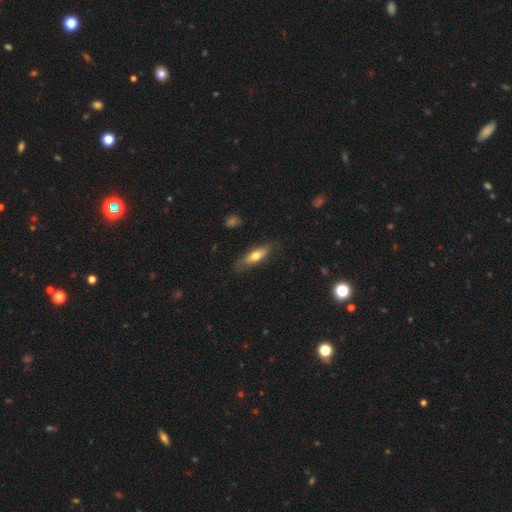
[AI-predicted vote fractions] A smooth galaxy with no disk features (64%) that is in between round and cigar-shaped (51%).

Vote fractions:
- Smooth or featured? smooth: 64% / featured or disk: 30% / star or artifact: 6%
- How rounded? in between: 51% / cigar-shaped: 46% / round: 2%
- Merging? none: 76% / minor disturbance: 18% / major disturbance: 4% / merger: 1%